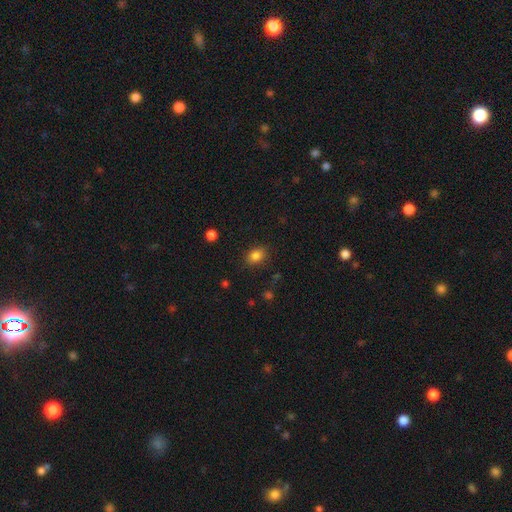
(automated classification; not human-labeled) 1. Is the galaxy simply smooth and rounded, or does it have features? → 84% smooth, 11% star or artifact, 5% featured or disk.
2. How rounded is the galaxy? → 66% in between, 33% round, 1% cigar-shaped.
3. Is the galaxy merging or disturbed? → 84% none, 11% minor disturbance, 3% major disturbance, 2% merger.